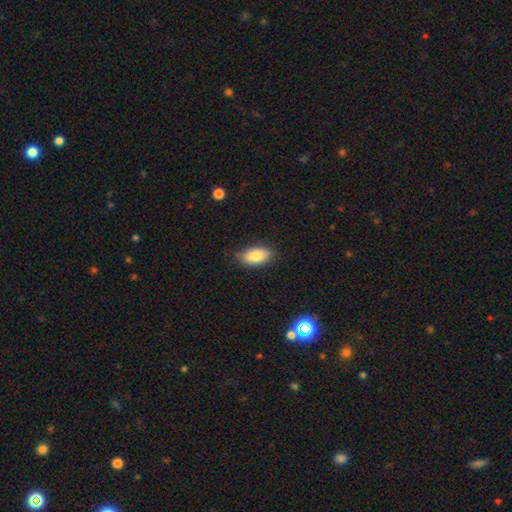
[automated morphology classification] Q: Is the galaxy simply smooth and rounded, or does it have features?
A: smooth — 83%.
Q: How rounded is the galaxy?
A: in between — 92%.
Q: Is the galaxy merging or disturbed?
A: none — 80%.